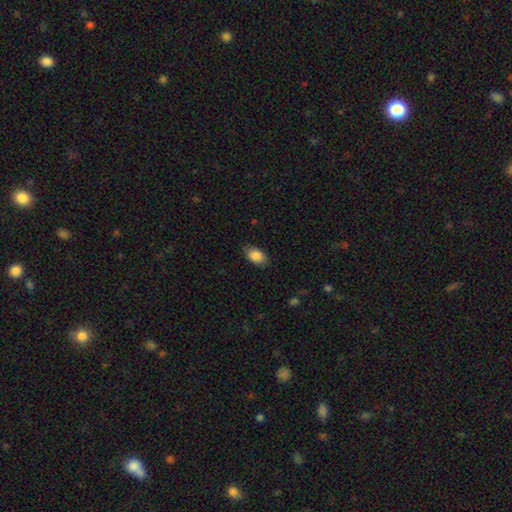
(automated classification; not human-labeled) Morphology: type=smooth (87%); roundness=in between (91%); merging=none (82%).